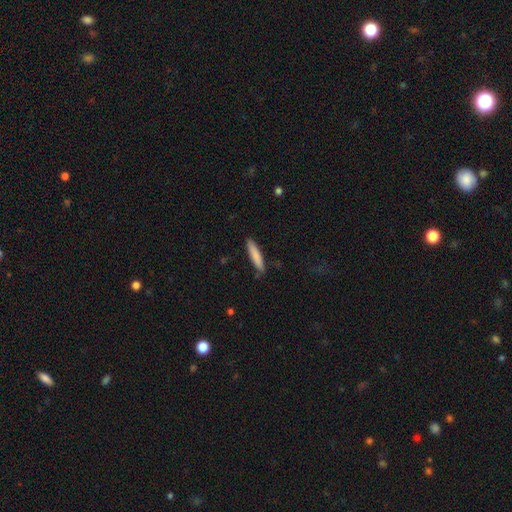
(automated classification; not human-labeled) Smooth or featured? smooth (82%)
How rounded? cigar-shaped (88%)
Merging? none (86%)